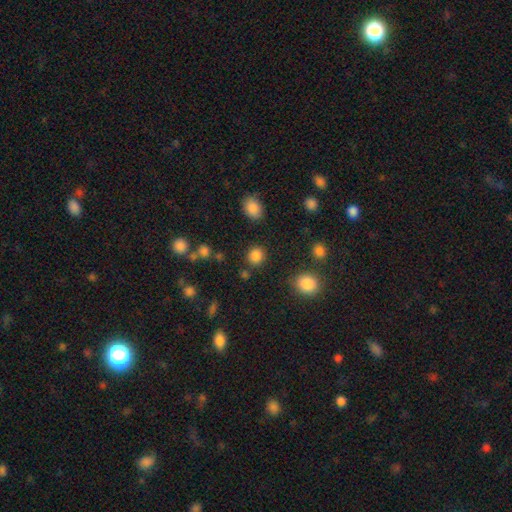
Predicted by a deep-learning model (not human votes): Smooth or featured: smooth — 85% (star or artifact — 11%)
How rounded: round — 85% (in between — 14%)
Merging: none — 85% (minor disturbance — 8%)